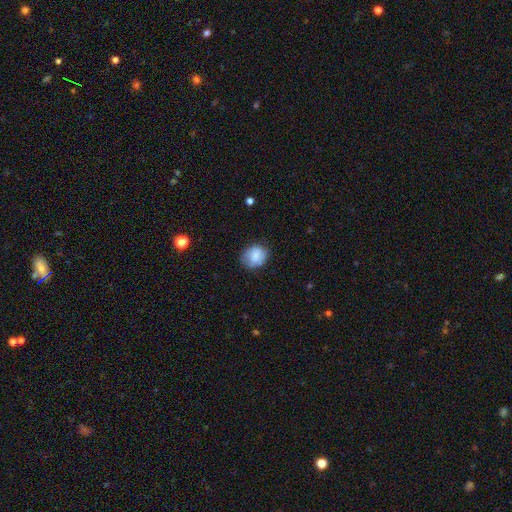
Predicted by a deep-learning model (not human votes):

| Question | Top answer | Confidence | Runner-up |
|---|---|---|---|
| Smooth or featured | smooth | 81% | featured or disk (11%) |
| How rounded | round | 54% | in between (45%) |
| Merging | none | 71% | minor disturbance (22%) |